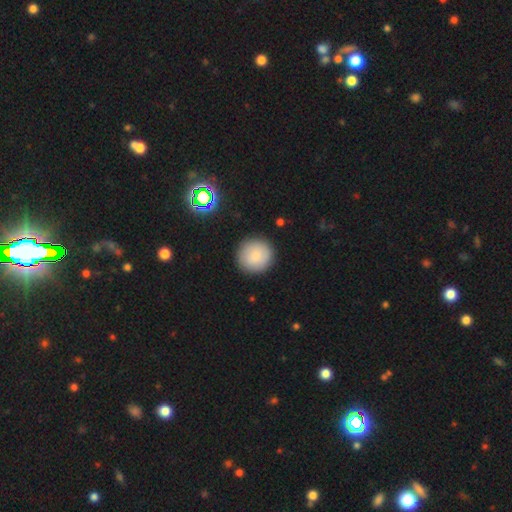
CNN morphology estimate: A smooth galaxy with no disk features (83%) that is round (94%). Merging: none (90%).